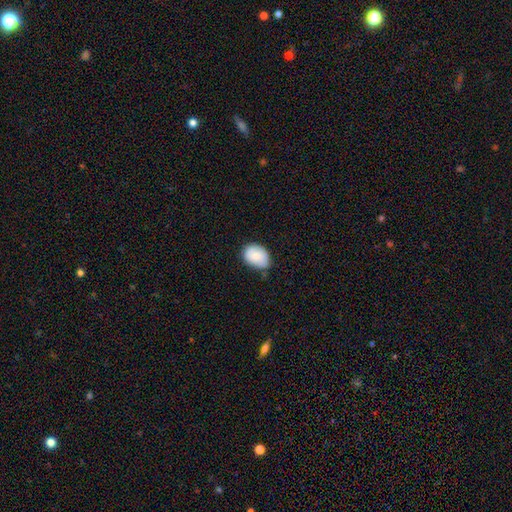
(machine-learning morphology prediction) Smooth or featured? Predicted: smooth (p=0.82). How rounded? Predicted: in between (p=0.72). Merging? Predicted: none (p=0.65).